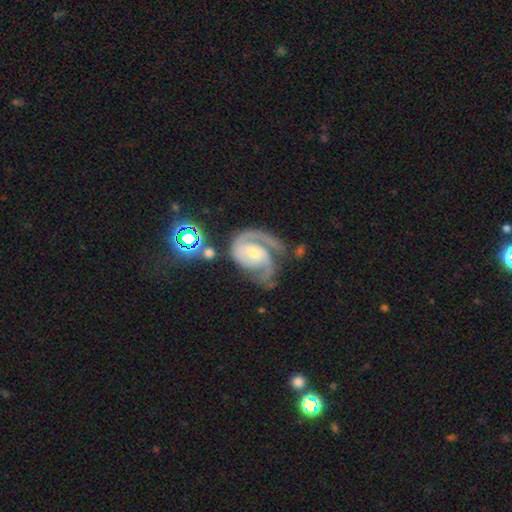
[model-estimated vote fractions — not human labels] This is clearly a featured or disk galaxy (90%). It is clearly not viewed edge-on (98%). Bar: possibly no (51%). Spiral arm pattern: clearly yes (98%). Spiral arm count: likely 2 (63%). Spiral winding: possibly tight (47%). Central bulge: possibly small (46%). Merging: possibly none (51%).